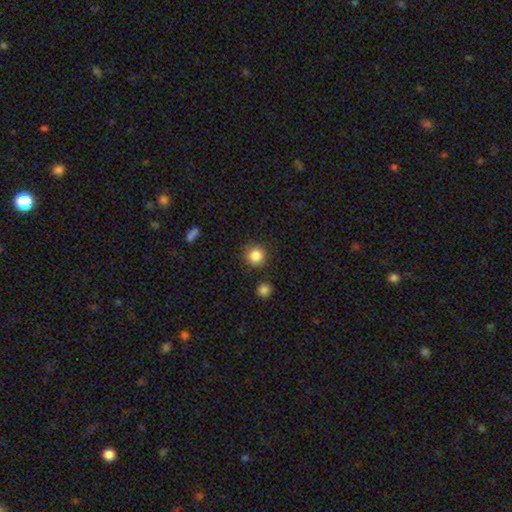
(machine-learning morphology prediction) smooth 86%, star or artifact 10%, featured or disk 4%. Down the decision tree: how rounded — round (93%); merging — none (87%).